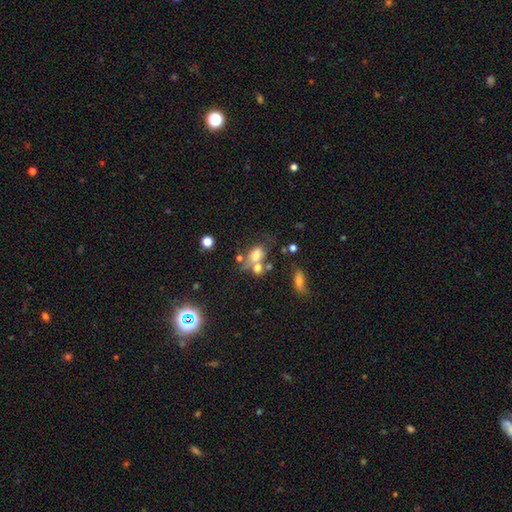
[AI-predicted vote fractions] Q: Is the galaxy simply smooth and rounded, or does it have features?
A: smooth — 69%.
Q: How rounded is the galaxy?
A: in between — 74%.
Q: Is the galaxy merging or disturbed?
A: merger — 40%.